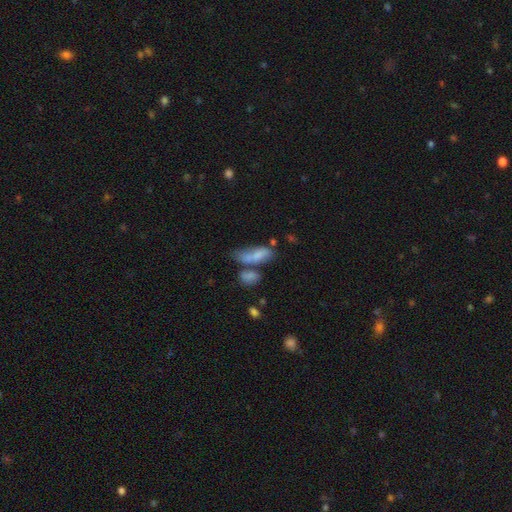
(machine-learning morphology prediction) smooth 72%, featured or disk 20%, star or artifact 9%. Down the decision tree: how rounded — in between (76%); merging — merger (41%).